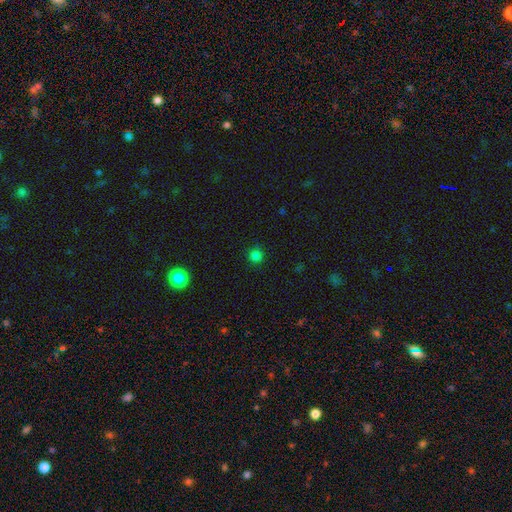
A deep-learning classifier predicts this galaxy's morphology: type=smooth (79%); roundness=round (94%); merging=none (89%).